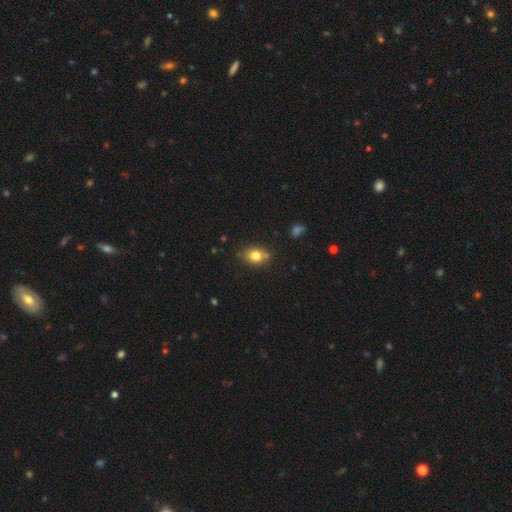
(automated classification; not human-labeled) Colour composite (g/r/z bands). It shows a smooth galaxy with no disk features (80%) that is in between round and cigar-shaped (66%). Merging: none (74%).